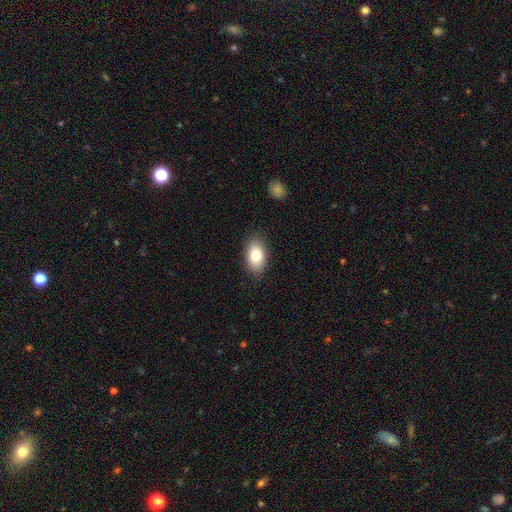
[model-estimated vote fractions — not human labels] Smooth or featured? smooth (80%)
How rounded? in between (91%)
Merging? none (87%)